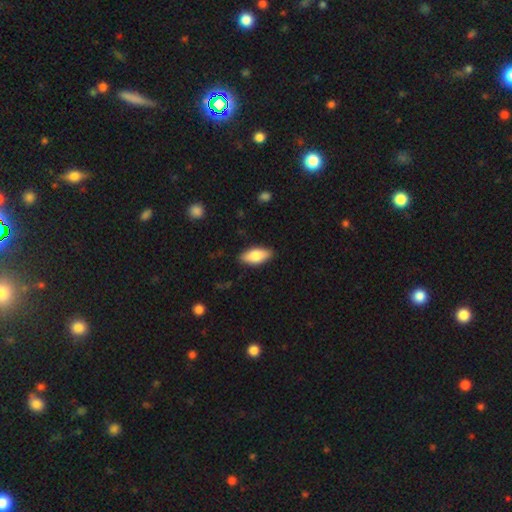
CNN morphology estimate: Overall: smooth (77%). How rounded: in between (86%). Merging: none (87%).